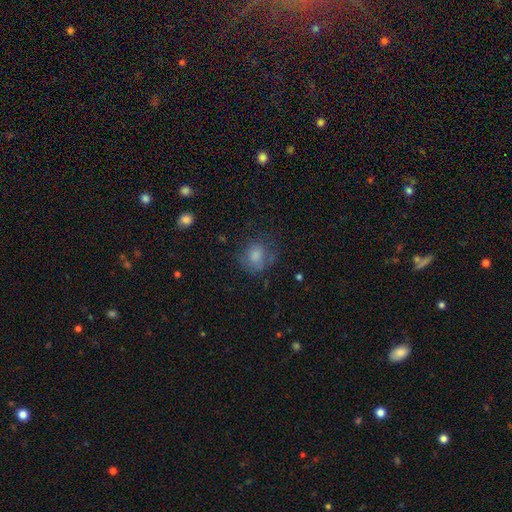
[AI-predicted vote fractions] smooth 74%, featured or disk 15%, star or artifact 11%. Down the decision tree: how rounded — round (70%); merging — none (57%).